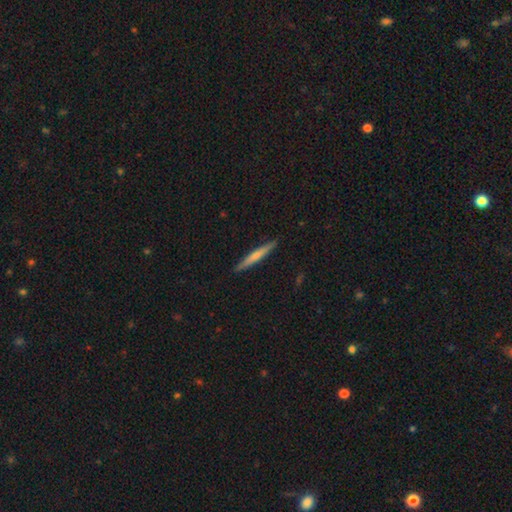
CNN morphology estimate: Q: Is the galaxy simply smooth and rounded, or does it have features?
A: smooth — 61%.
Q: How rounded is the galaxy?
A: cigar-shaped — 96%.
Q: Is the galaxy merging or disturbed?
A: none — 91%.